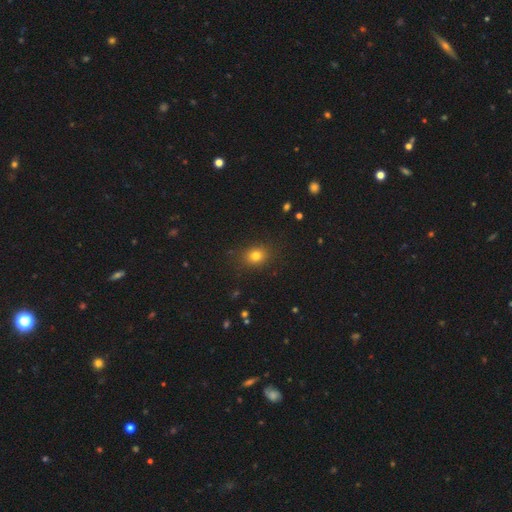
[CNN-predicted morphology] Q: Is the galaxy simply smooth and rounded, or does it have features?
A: smooth — 78%.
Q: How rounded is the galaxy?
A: round — 57%.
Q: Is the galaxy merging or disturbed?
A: none — 86%.